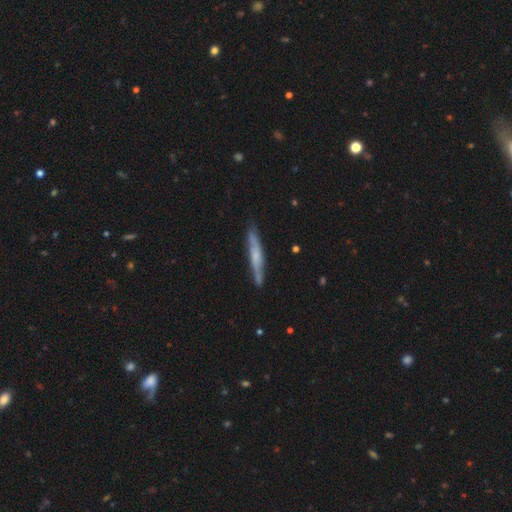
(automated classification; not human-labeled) Morphology: type=featured or disk (51%); edge-on=yes (90%); merging=none (82%).